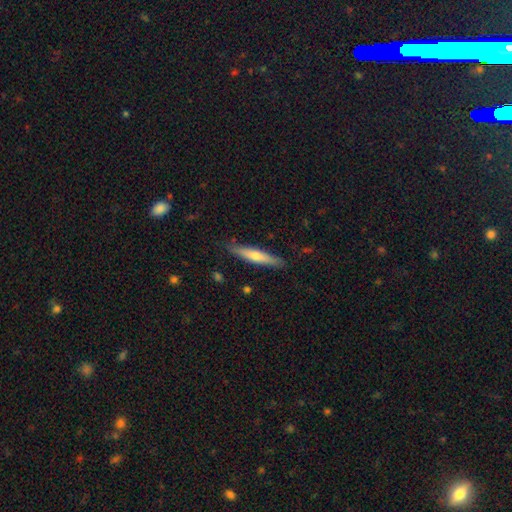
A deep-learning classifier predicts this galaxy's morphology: The model was most divided on "smooth or featured": smooth: 57%, featured or disk: 37%, star or artifact: 6%. More confident: how rounded — cigar-shaped (90%); merging — none (87%).